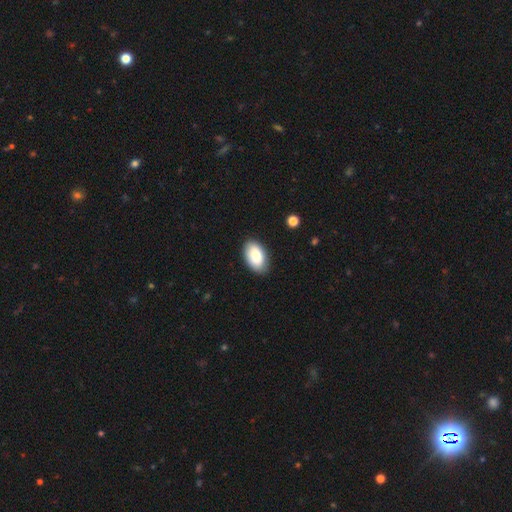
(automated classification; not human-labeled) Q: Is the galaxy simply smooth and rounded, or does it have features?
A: smooth — 86%.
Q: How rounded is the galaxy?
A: in between — 95%.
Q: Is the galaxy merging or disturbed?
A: none — 86%.